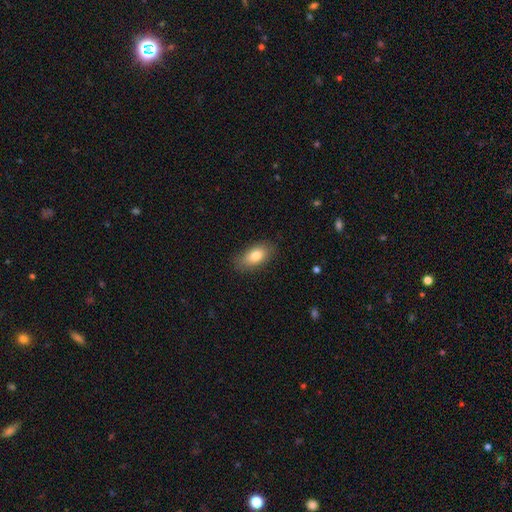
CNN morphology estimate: type=smooth (81%); roundness=in between (90%); merging=none (81%).